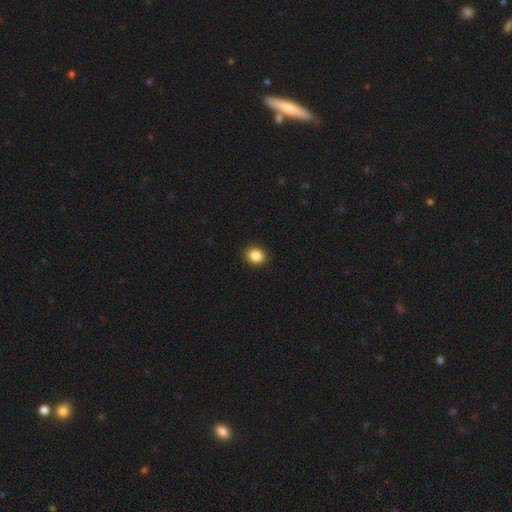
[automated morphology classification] Smooth or featured? smooth (87%)
How rounded? round (67%)
Merging? none (91%)